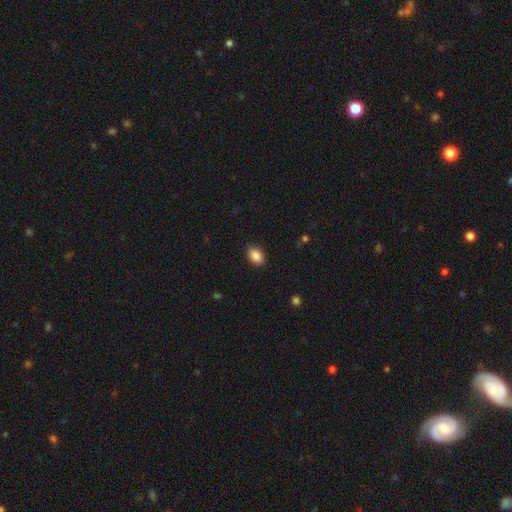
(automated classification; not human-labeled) smooth_or_featured: smooth (p=0.88) [alt: star or artifact p=0.08]
how_rounded: in between (p=0.83) [alt: round p=0.15]
merging: none (p=0.89) [alt: minor disturbance p=0.08]